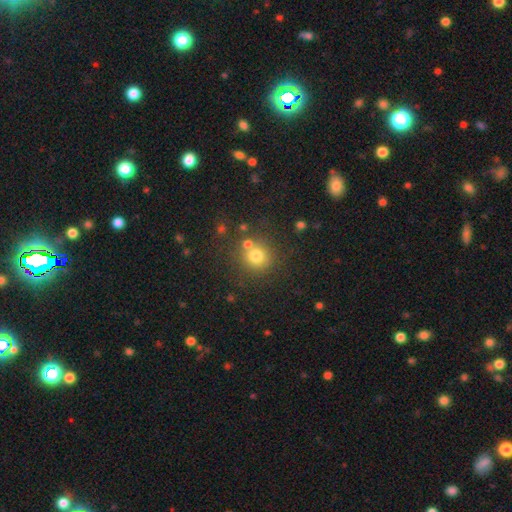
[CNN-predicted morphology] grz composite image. It shows a smooth galaxy with no disk features (75%) that is round (91%). Merging: none (72%).